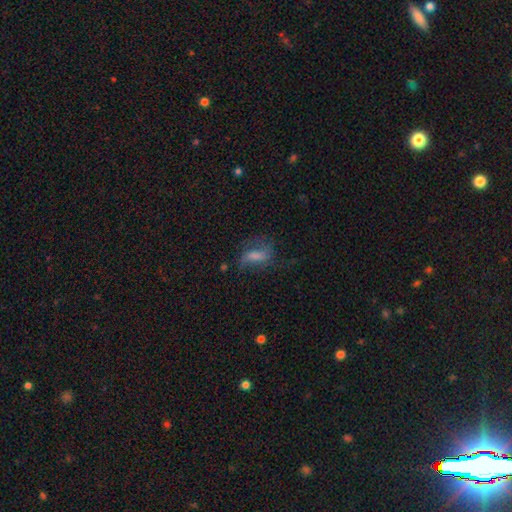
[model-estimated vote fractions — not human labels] Smooth or featured?
  - featured or disk: 46% *
  - smooth: 43%
  - star or artifact: 12%
Merging?
  - none: 47% *
  - major disturbance: 27%
  - minor disturbance: 23%
  - merger: 3%